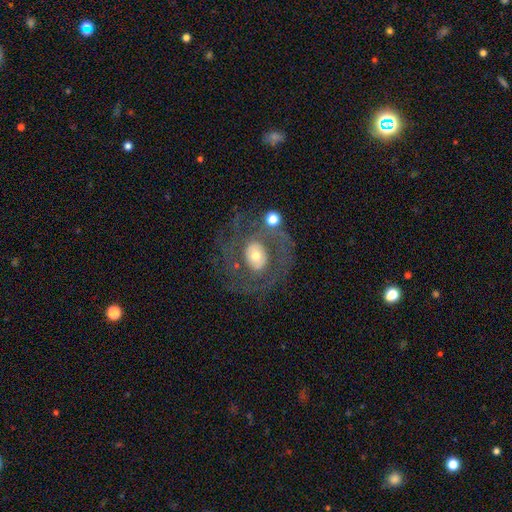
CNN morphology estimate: Overall: featured or disk (70%). Edge-on disk: no (96%). Bar: no (74%). Spiral arms: yes (63%; no 37%). Bulge size: moderate (57%; small 29%). Merging: none (60%).